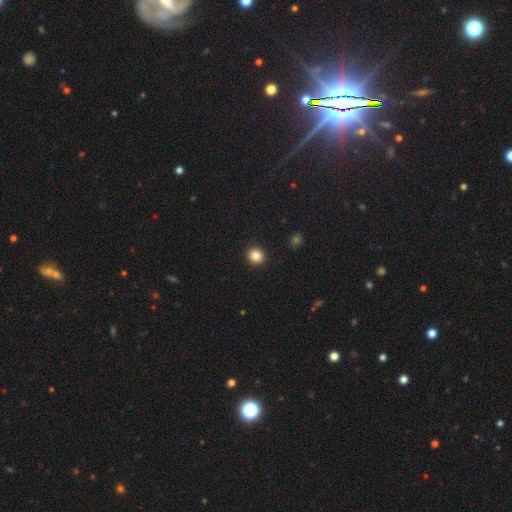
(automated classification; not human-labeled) The model was most divided on "smooth or featured": smooth: 85%, star or artifact: 11%, featured or disk: 4%. More confident: merging — none (93%); how rounded — round (92%).